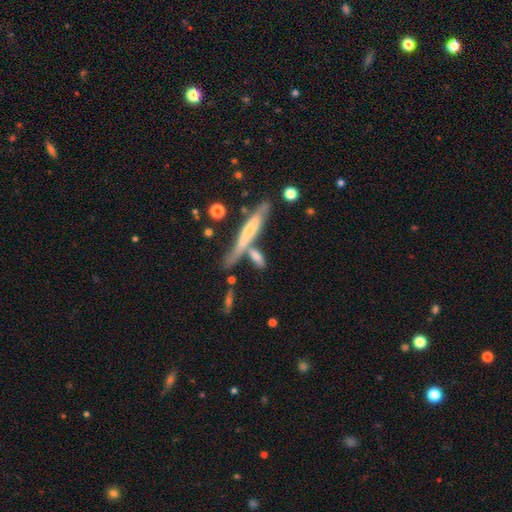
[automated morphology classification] A smooth galaxy with no disk features (61%) that is cigar-shaped (72%).

Vote fractions:
- Smooth or featured? smooth: 61% / featured or disk: 32% / star or artifact: 7%
- How rounded? cigar-shaped: 72% / in between: 24% / round: 4%
- Merging? none: 48% / merger: 32% / minor disturbance: 14% / major disturbance: 6%